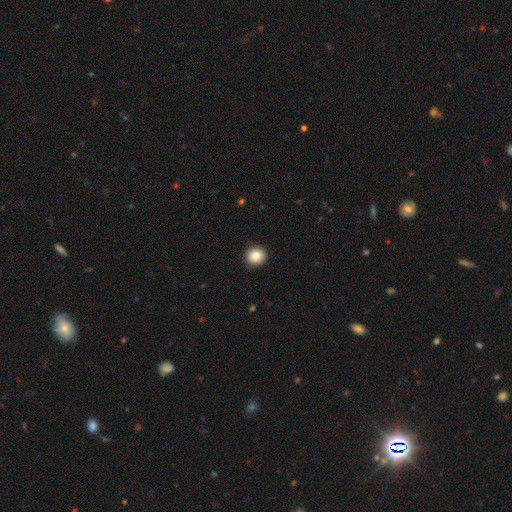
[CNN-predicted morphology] smooth 86%, star or artifact 9%, featured or disk 5%. Down the decision tree: how rounded — round (89%); merging — none (91%).